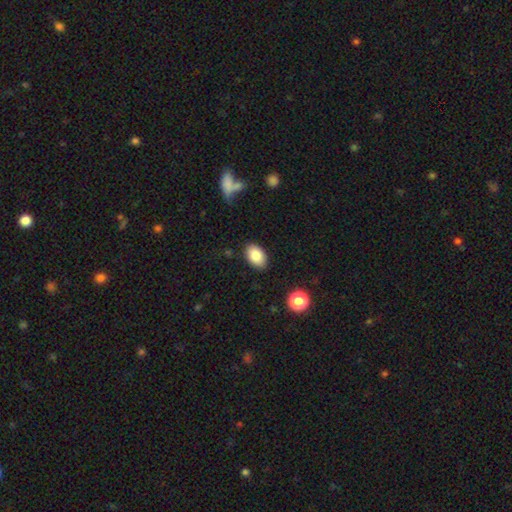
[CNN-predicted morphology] Smooth or featured? Predicted: smooth (p=0.85). How rounded? Predicted: in between (p=0.88). Merging? Predicted: none (p=0.86).